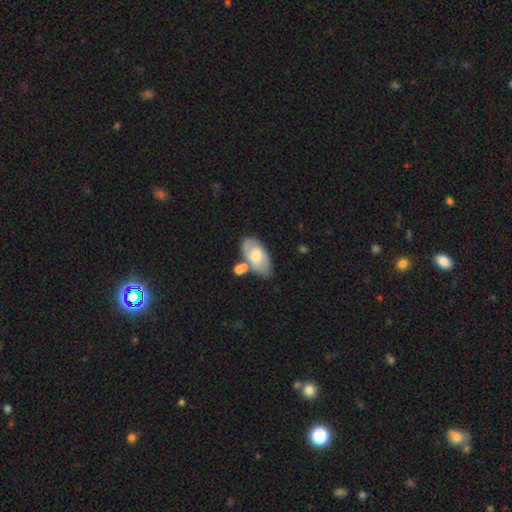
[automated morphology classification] type=smooth (59%); roundness=in between (92%); merging=none (56%).